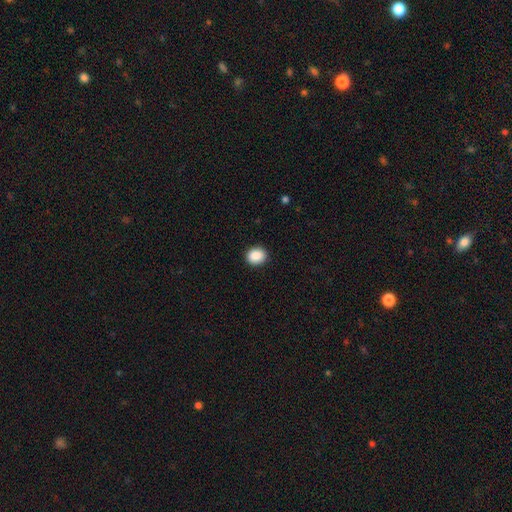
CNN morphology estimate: smooth_or_featured: smooth (p=0.89) [alt: star or artifact p=0.08]
how_rounded: round (p=0.66) [alt: in between p=0.33]
merging: none (p=0.91) [alt: minor disturbance p=0.06]